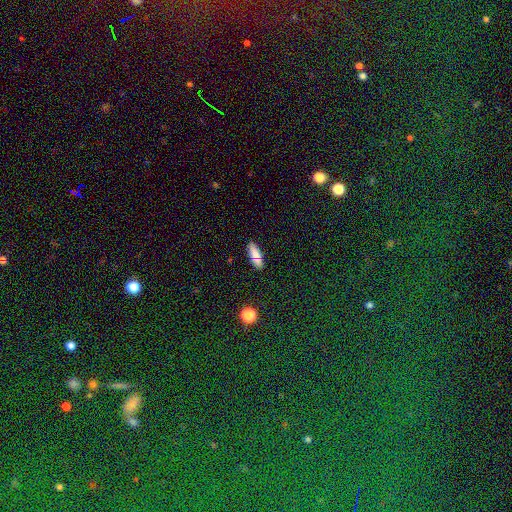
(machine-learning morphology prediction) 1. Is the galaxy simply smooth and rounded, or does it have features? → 78% smooth, 12% featured or disk, 9% star or artifact.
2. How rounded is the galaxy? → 56% in between, 40% cigar-shaped, 3% round.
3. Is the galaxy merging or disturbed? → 81% none, 11% minor disturbance, 5% merger, 3% major disturbance.